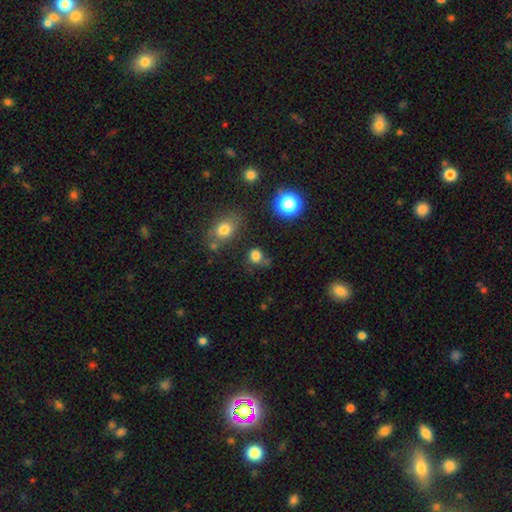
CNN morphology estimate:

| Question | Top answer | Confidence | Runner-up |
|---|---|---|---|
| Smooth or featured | smooth | 77% | star or artifact (17%) |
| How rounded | round | 77% | in between (22%) |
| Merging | none | 62% | minor disturbance (20%) |